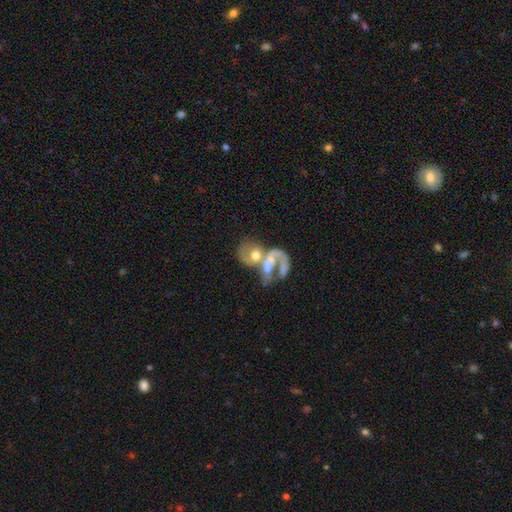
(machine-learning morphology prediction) Overall: featured or disk (61%; smooth 30%). Edge-on disk: no (97%). Bar: no (71%). Spiral arms: yes (54%; no 46%). Bulge size: moderate (53%; small 18%). Merging: merger (66%).